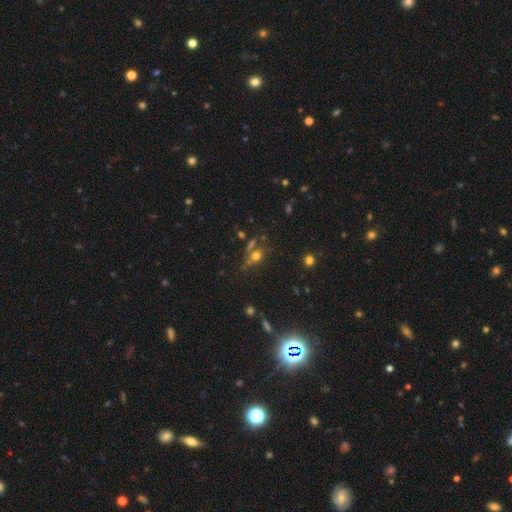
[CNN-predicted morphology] Smooth or featured? smooth (61%)
How rounded? round (57%)
Merging? none (54%)